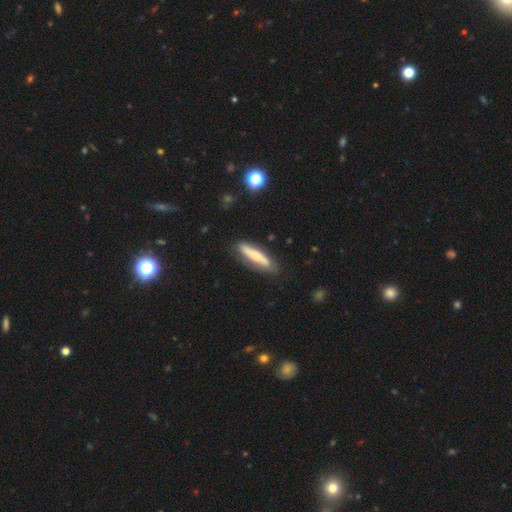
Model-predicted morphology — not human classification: A featured or disk galaxy (49%).

Vote fractions:
- Smooth or featured? featured or disk: 49% / smooth: 45% / star or artifact: 5%
- Merging? none: 79% / minor disturbance: 15% / major disturbance: 4% / merger: 2%